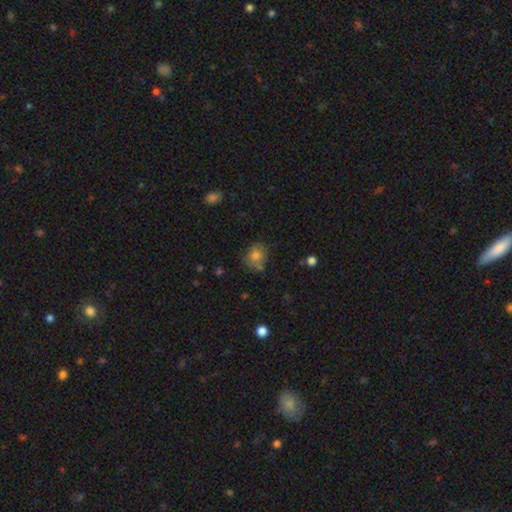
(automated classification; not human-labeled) smooth_or_featured: smooth (p=0.76) [alt: star or artifact p=0.12]
how_rounded: round (p=0.64) [alt: in between p=0.35]
merging: none (p=0.64) [alt: minor disturbance p=0.21]